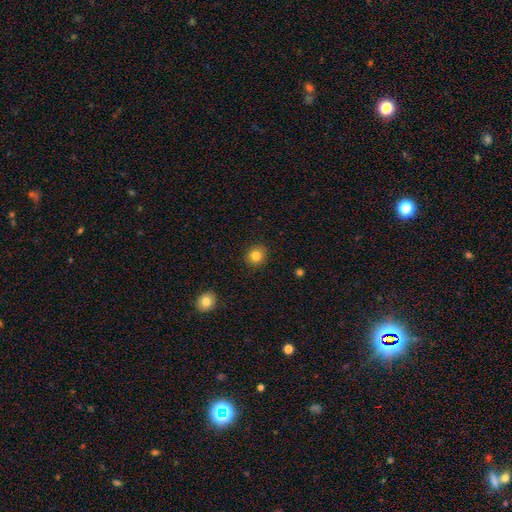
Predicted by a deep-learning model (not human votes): Morphology: type=smooth (84%); roundness=round (87%); merging=none (91%).